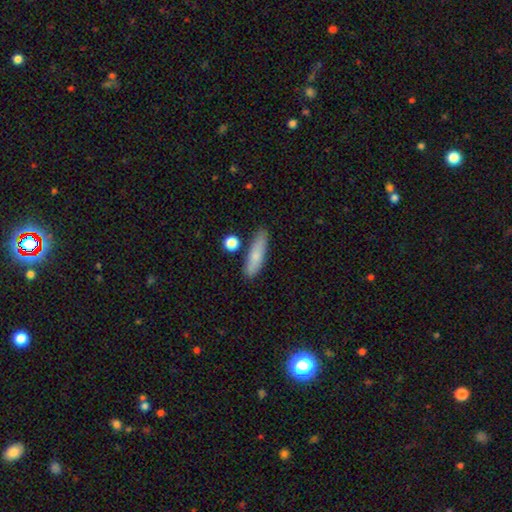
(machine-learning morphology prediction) Smooth or featured?
  - smooth: 77% *
  - featured or disk: 16%
  - star or artifact: 7%
How rounded?
  - cigar-shaped: 69% *
  - in between: 28%
  - round: 3%
Merging?
  - none: 79% *
  - minor disturbance: 13%
  - merger: 5%
  - major disturbance: 3%